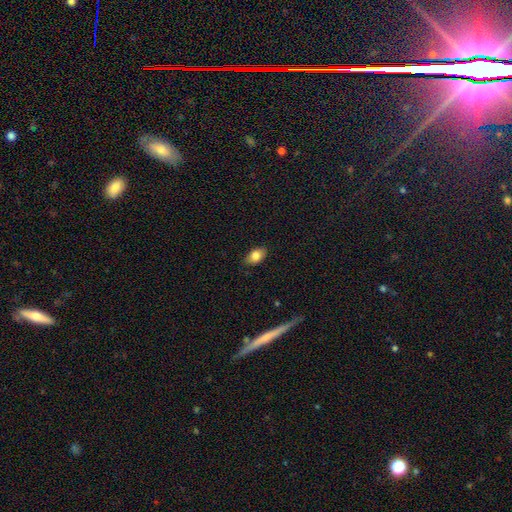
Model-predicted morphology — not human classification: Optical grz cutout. It shows a smooth galaxy with no disk features (82%) that is in between round and cigar-shaped (88%). Merging: none (85%).